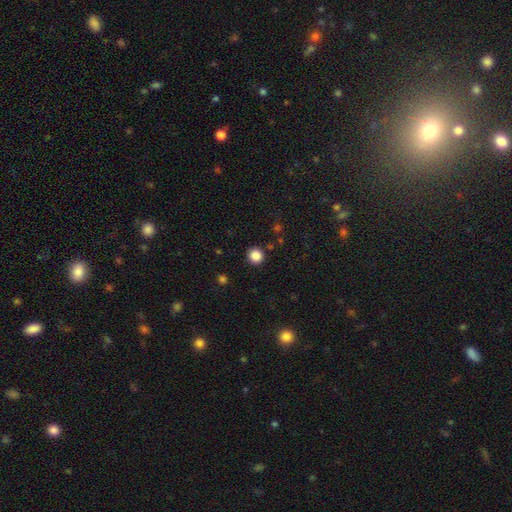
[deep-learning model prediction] This is clearly a smooth galaxy (86%). How rounded: clearly round (92%). Merging: clearly none (91%).